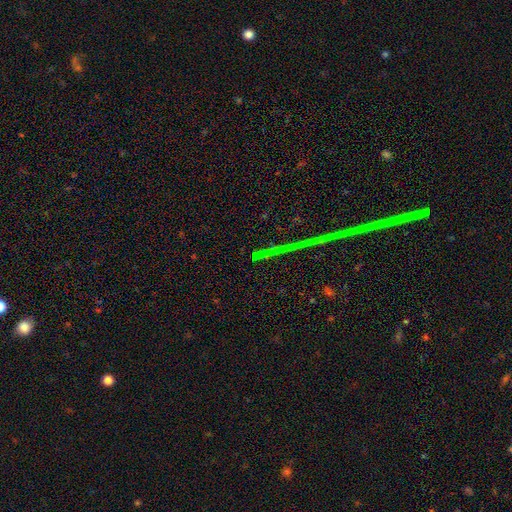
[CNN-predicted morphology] smooth-or-featured: star or artifact: 76% | featured or disk: 12% | smooth: 11%